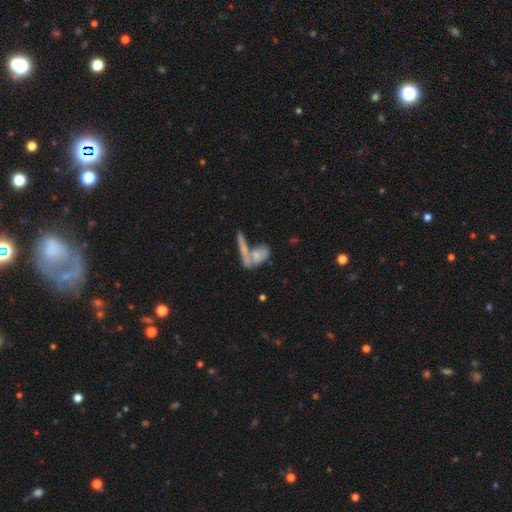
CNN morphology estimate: smooth_or_featured: smooth (p=0.61) [alt: featured or disk p=0.31]
how_rounded: in between (p=0.69) [alt: cigar-shaped p=0.23]
merging: merger (p=0.51) [alt: none p=0.31]